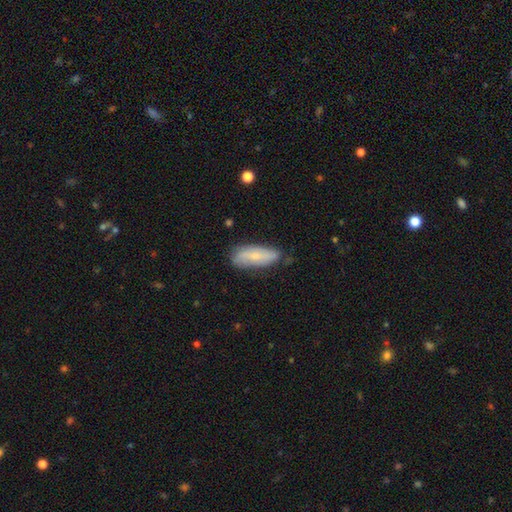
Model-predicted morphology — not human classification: Smooth or featured? Predicted: smooth (p=0.58). How rounded? Predicted: in between (p=0.66). Merging? Predicted: none (p=0.71).